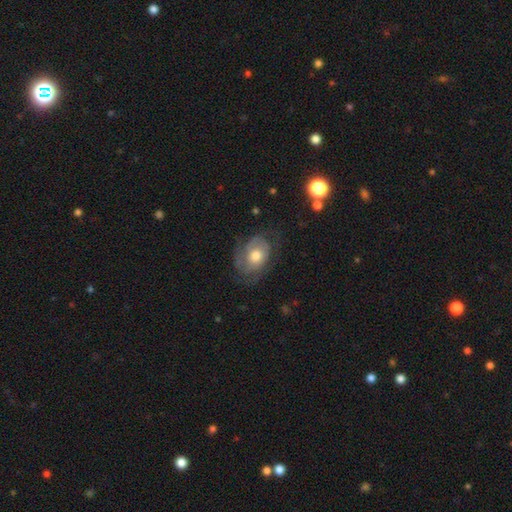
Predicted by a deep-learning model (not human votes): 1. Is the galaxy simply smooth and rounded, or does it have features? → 54% featured or disk, 40% smooth, 7% star or artifact.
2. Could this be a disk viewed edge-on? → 96% no, 4% yes.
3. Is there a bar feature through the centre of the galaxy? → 82% no, 15% weak, 3% strong.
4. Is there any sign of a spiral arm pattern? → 69% yes, 31% no.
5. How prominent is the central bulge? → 67% moderate, 17% large, 13% small, 2% none, 1% dominant.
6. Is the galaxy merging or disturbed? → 56% none, 25% minor disturbance, 18% major disturbance, 1% merger.